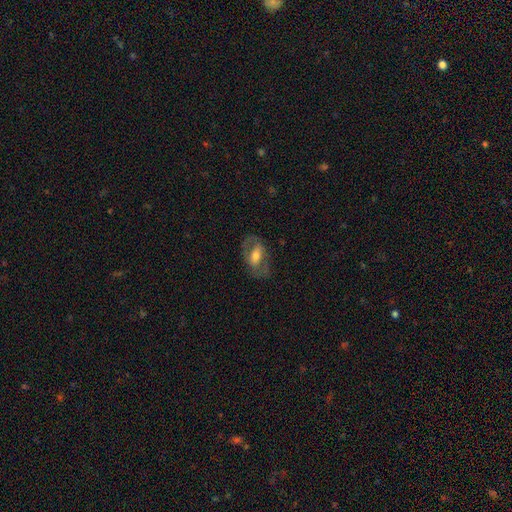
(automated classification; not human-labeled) A featured or disk galaxy (55%). Merging: none (70%).